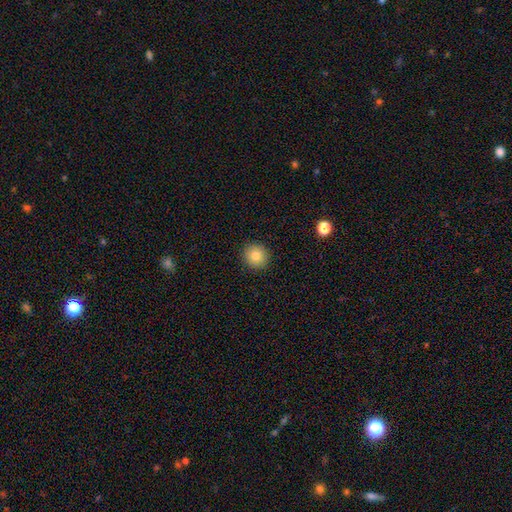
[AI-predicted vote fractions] smooth_or_featured: smooth (p=0.82) [alt: star or artifact p=0.11]
how_rounded: round (p=0.93) [alt: in between p=0.06]
merging: none (p=0.92) [alt: minor disturbance p=0.05]